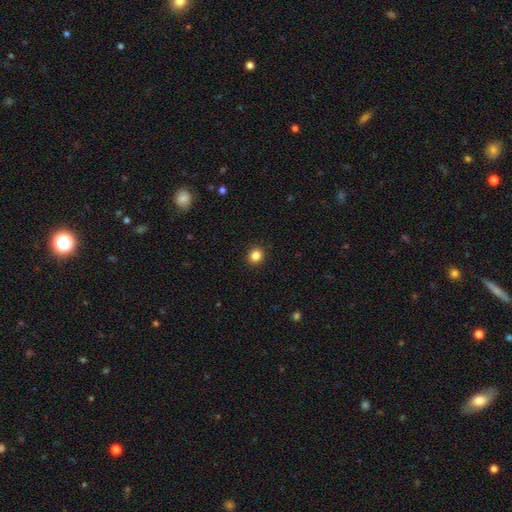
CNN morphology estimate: Overall: smooth (85%). How rounded: round (82%). Merging: none (92%).